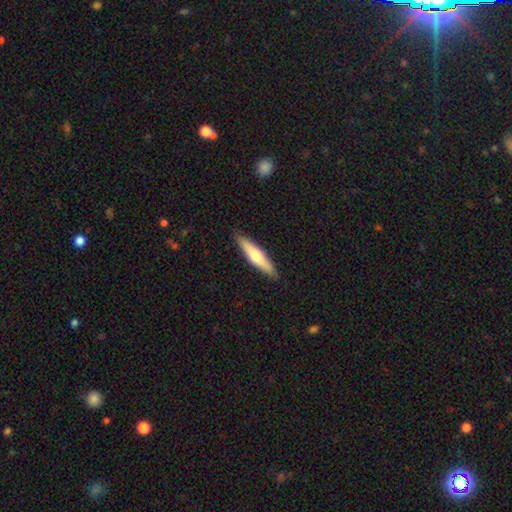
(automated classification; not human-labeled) Morphology: type=smooth (55%); roundness=cigar-shaped (85%); merging=none (90%).